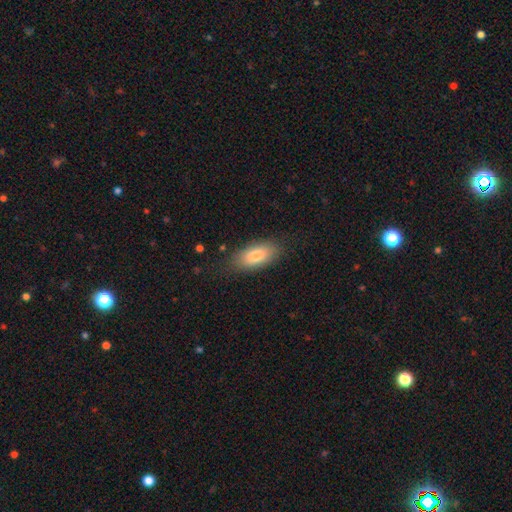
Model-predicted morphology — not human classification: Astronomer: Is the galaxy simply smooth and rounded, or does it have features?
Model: smooth — 80%.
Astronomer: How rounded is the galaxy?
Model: in between — 87%.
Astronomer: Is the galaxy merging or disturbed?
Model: none — 80%.